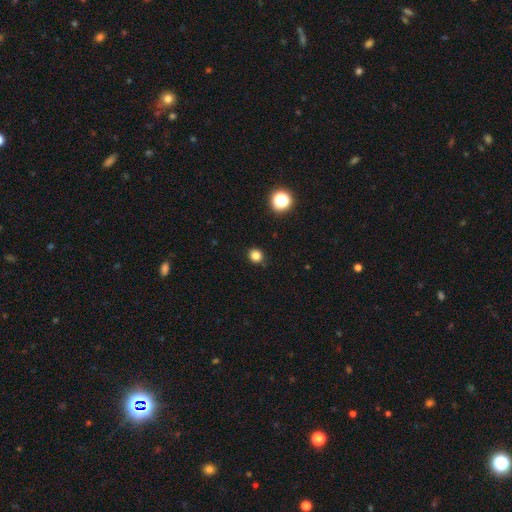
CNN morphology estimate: smooth_or_featured: smooth (p=0.82) [alt: star or artifact p=0.14]
how_rounded: round (p=0.85) [alt: in between p=0.15]
merging: none (p=0.89) [alt: minor disturbance p=0.08]